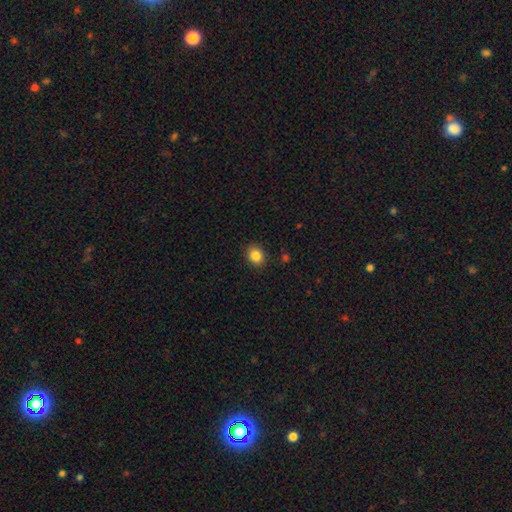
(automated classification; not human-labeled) Smooth or featured?
  - smooth: 85% *
  - star or artifact: 10%
  - featured or disk: 5%
How rounded?
  - round: 61% *
  - in between: 38%
  - cigar-shaped: 1%
Merging?
  - none: 89% *
  - minor disturbance: 8%
  - major disturbance: 2%
  - merger: 1%